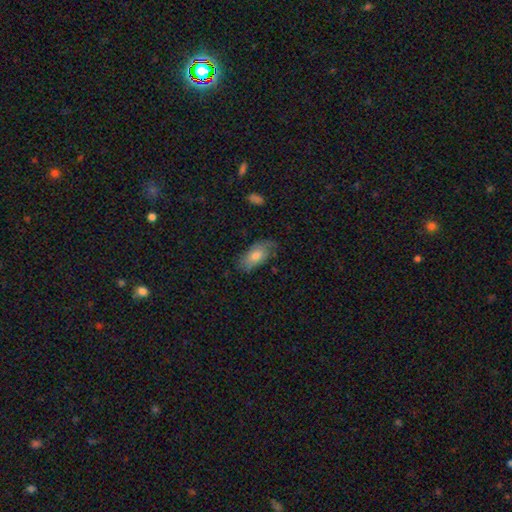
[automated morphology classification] The model was most divided on "merging": none: 66%, minor disturbance: 25%, major disturbance: 8%, merger: 1%. More confident: how rounded — in between (89%); smooth or featured — smooth (67%).